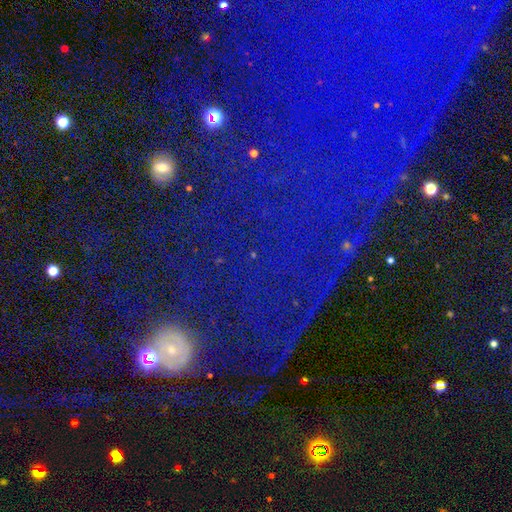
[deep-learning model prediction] Smooth or featured?
  - star or artifact: 76% *
  - smooth: 14%
  - featured or disk: 10%